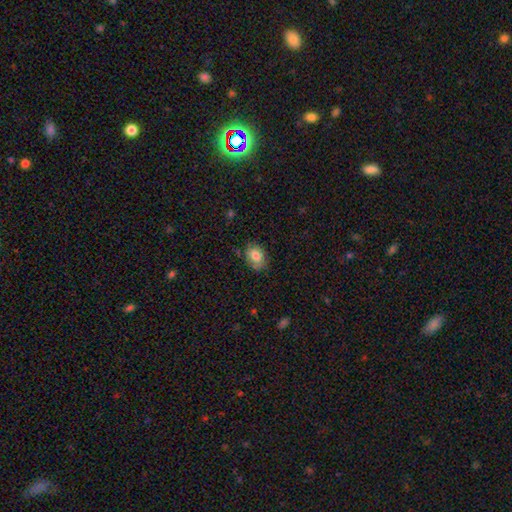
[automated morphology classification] smooth-or-featured: smooth: 80% | featured or disk: 12% | star or artifact: 9%
  how-rounded: in between: 69% | round: 30% | cigar-shaped: 1%
  merging: none: 76% | minor disturbance: 19% | major disturbance: 4% | merger: 2%